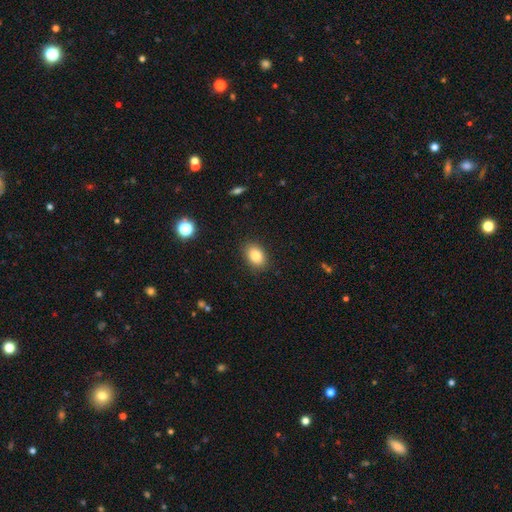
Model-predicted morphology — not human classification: Smooth or featured? Predicted: smooth (p=0.84). How rounded? Predicted: in between (p=0.80). Merging? Predicted: none (p=0.88).